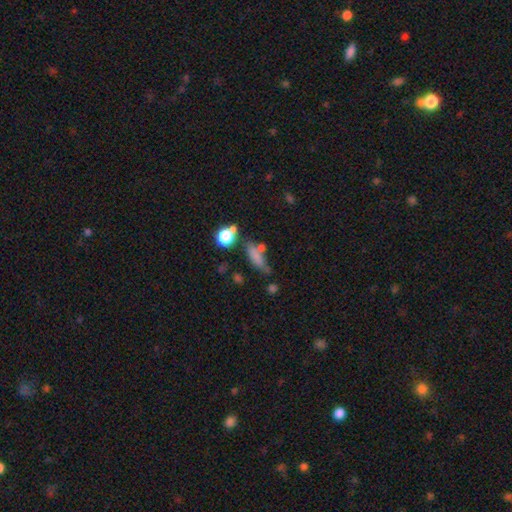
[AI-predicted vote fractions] Overall: smooth (71%). How rounded: cigar-shaped (49%; in between 42%). Merging: none (54%; minor disturbance 20%).